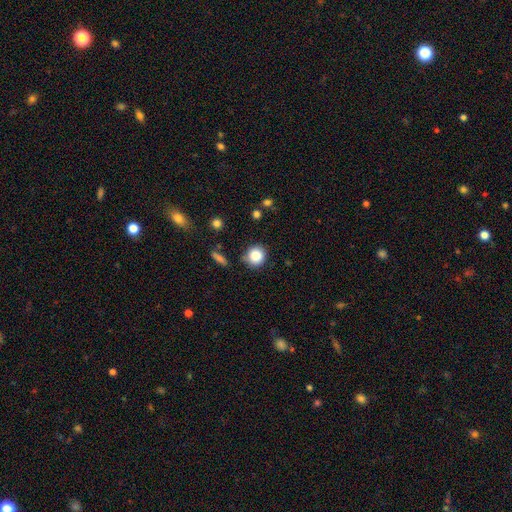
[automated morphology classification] Smooth or featured: smooth — 85% (star or artifact — 10%)
How rounded: round — 88% (in between — 11%)
Merging: none — 78% (minor disturbance — 15%)